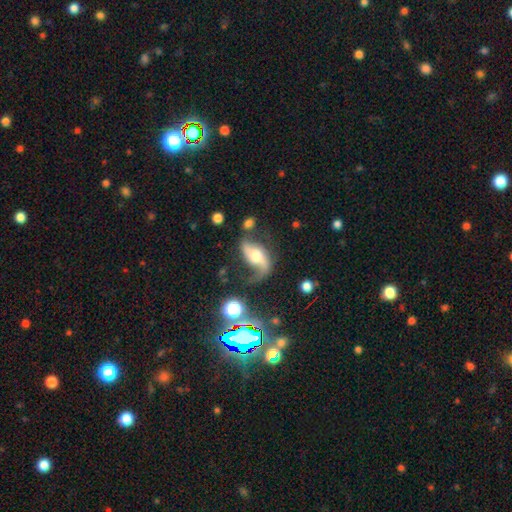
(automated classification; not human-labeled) smooth_or_featured: featured or disk (p=0.78) [alt: smooth p=0.15]
disk_edge_on: no (p=0.94) [alt: yes p=0.06]
bar: no (p=0.44) [alt: weak p=0.35]
has_spiral_arms: yes (p=0.92) [alt: no p=0.08]
spiral_winding: loose (p=0.77) [alt: medium p=0.19]
spiral_arm_count: 2 (p=0.80) [alt: 1 p=0.15]
bulge_size: moderate (p=0.56) [alt: large p=0.25]
merging: none (p=0.46) [alt: major disturbance p=0.23]